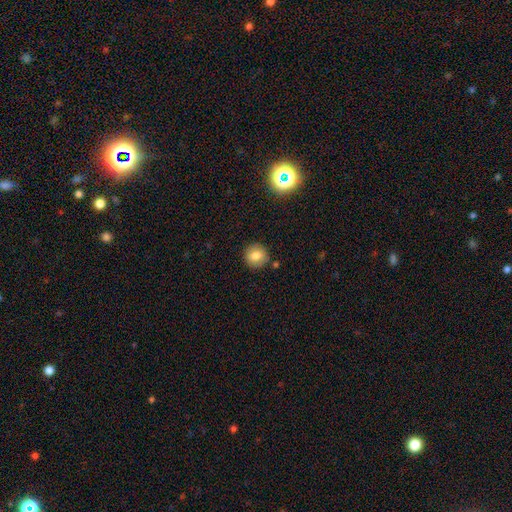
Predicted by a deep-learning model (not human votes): Smooth or featured? Predicted: smooth (p=0.79). How rounded? Predicted: round (p=0.92). Merging? Predicted: none (p=0.87).